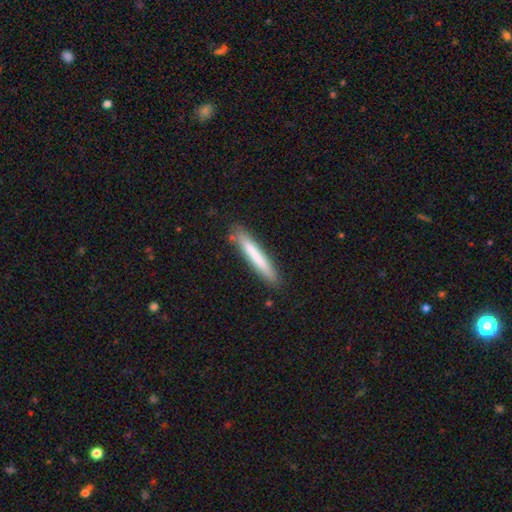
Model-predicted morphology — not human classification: A smooth galaxy with no disk features (70%) that is cigar-shaped (95%).

Vote fractions:
- Smooth or featured? smooth: 70% / featured or disk: 24% / star or artifact: 6%
- How rounded? cigar-shaped: 95% / in between: 4% / round: 1%
- Merging? none: 86% / minor disturbance: 11% / major disturbance: 2% / merger: 2%